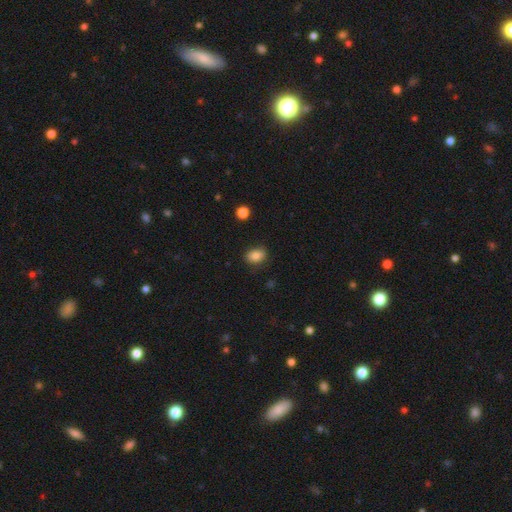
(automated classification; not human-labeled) Smooth or featured?
  - smooth: 83% *
  - star or artifact: 10%
  - featured or disk: 7%
How rounded?
  - in between: 67% *
  - round: 32%
  - cigar-shaped: 1%
Merging?
  - none: 81% *
  - minor disturbance: 14%
  - major disturbance: 3%
  - merger: 1%